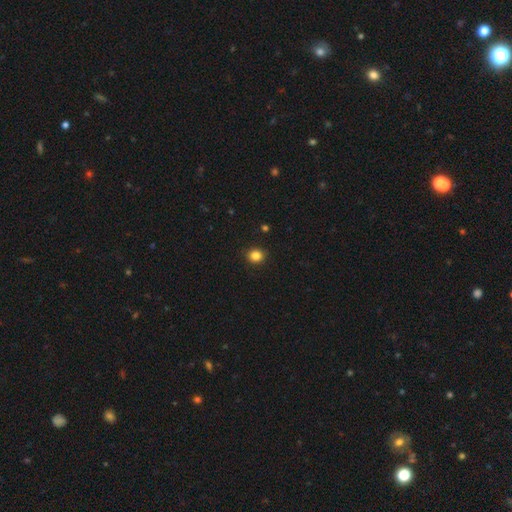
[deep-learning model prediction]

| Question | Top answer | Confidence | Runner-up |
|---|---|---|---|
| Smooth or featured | smooth | 84% | star or artifact (12%) |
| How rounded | round | 80% | in between (19%) |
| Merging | none | 91% | minor disturbance (6%) |